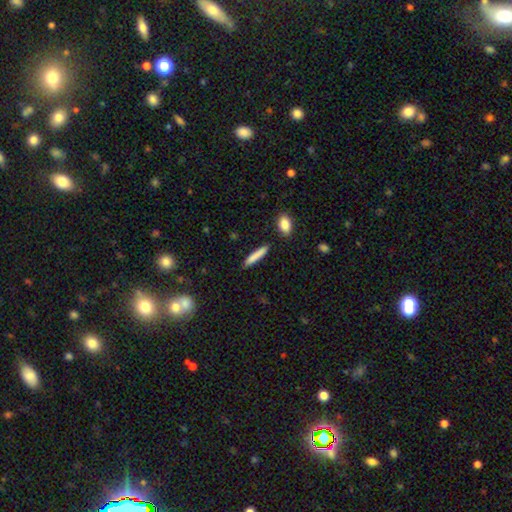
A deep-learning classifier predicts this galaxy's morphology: smooth 81%, featured or disk 13%, star or artifact 6%. Down the decision tree: how rounded — cigar-shaped (91%); merging — none (86%).